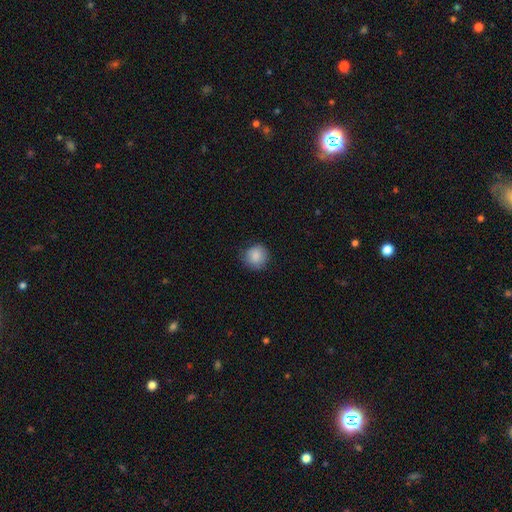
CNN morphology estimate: Smooth or featured?
  - smooth: 87% *
  - star or artifact: 8%
  - featured or disk: 5%
How rounded?
  - round: 91% *
  - in between: 8%
  - cigar-shaped: 1%
Merging?
  - none: 81% *
  - minor disturbance: 15%
  - major disturbance: 3%
  - merger: 1%